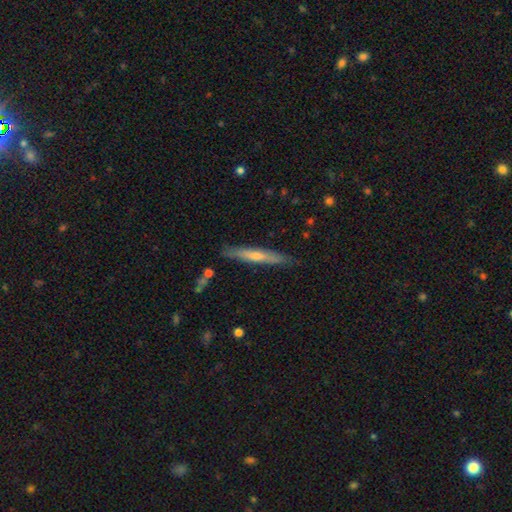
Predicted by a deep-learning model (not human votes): The model was most divided on "smooth or featured": smooth: 48%, featured or disk: 46%, star or artifact: 6%. More confident: merging — none (86%).